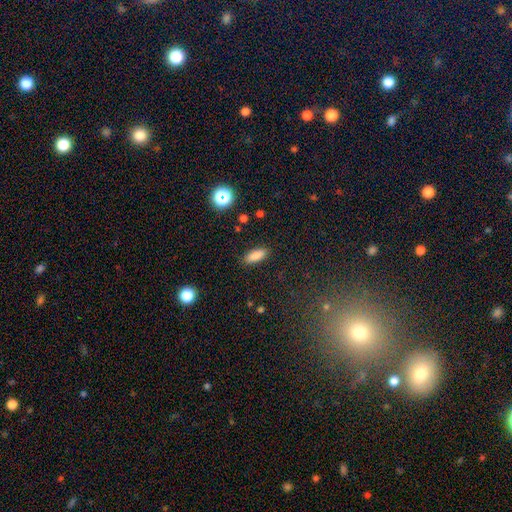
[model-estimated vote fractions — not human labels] This is clearly a smooth galaxy (85%). How rounded: likely in between (75%). Merging: clearly none (88%).